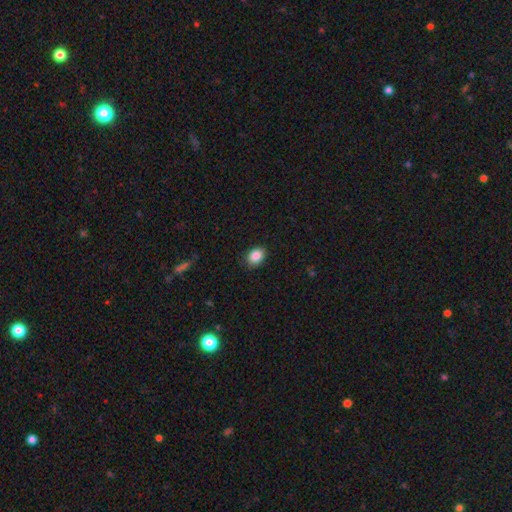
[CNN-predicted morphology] This is clearly a smooth galaxy (88%). How rounded: likely in between (67%). Merging: clearly none (86%).